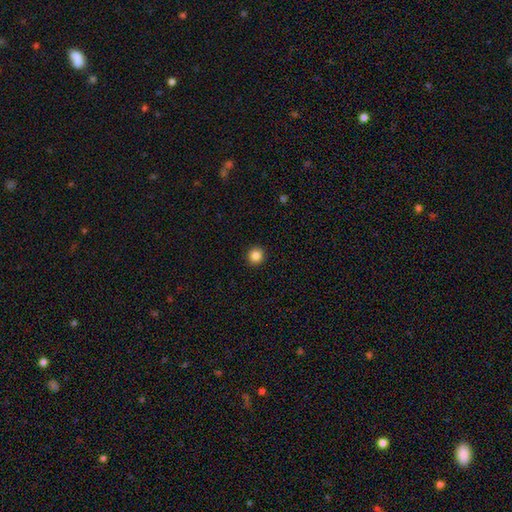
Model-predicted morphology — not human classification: Smooth or featured? smooth (85%)
How rounded? round (94%)
Merging? none (93%)